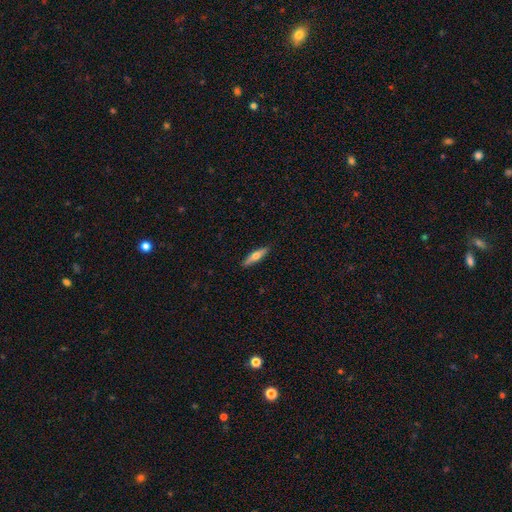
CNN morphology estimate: Smooth or featured? smooth (57%)
How rounded? cigar-shaped (72%)
Merging? none (89%)